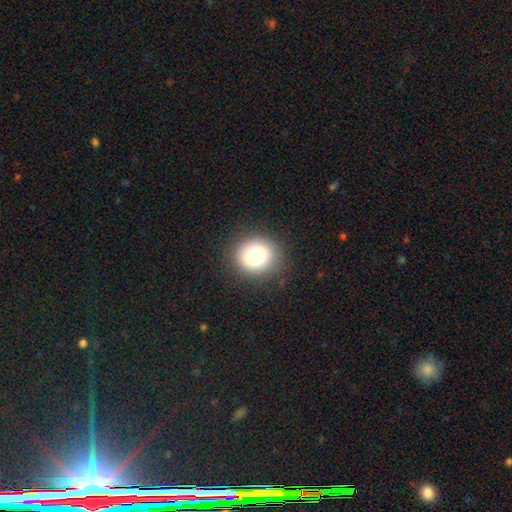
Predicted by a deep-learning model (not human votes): Smooth or featured? smooth (80%)
How rounded? round (83%)
Merging? none (88%)